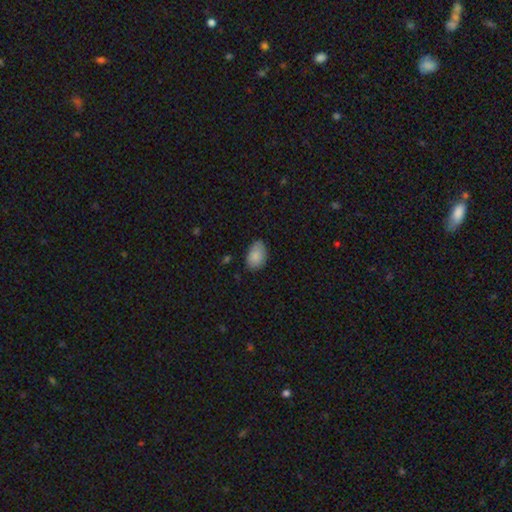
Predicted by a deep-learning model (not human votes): The model was most divided on "merging": none: 71%, minor disturbance: 24%, major disturbance: 4%, merger: 1%. More confident: how rounded — in between (88%); smooth or featured — smooth (87%).